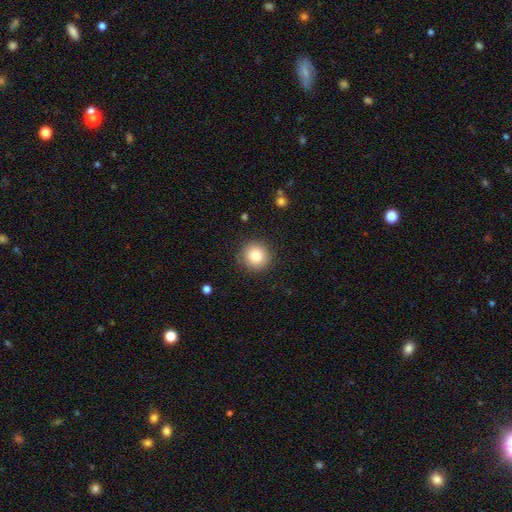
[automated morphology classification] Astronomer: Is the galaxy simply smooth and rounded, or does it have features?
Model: smooth — 81%.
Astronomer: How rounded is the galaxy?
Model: round — 95%.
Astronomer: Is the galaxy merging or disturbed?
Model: none — 89%.